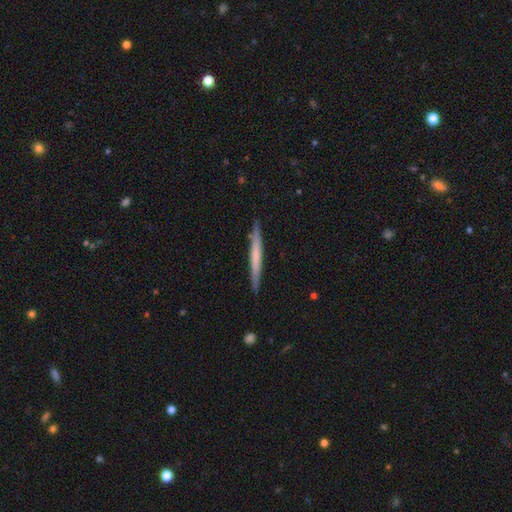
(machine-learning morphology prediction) Q: Smooth or featured?
A: smooth (52%); runner-up: featured or disk (43%)
Q: How rounded?
A: cigar-shaped (97%); runner-up: in between (2%)
Q: Merging?
A: none (90%); runner-up: minor disturbance (8%)